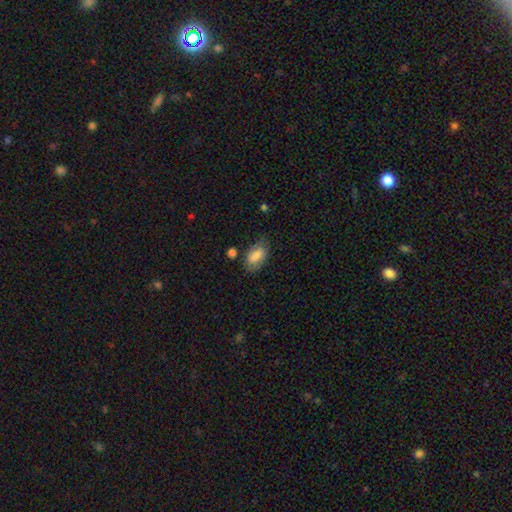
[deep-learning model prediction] Smooth or featured?
  - smooth: 81% *
  - featured or disk: 11%
  - star or artifact: 7%
How rounded?
  - in between: 91% *
  - round: 5%
  - cigar-shaped: 3%
Merging?
  - none: 68% *
  - minor disturbance: 22%
  - major disturbance: 6%
  - merger: 4%